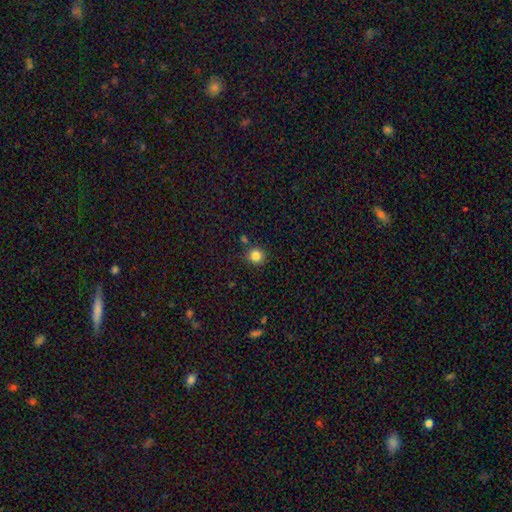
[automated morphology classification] Smooth or featured? Predicted: smooth (p=0.83). How rounded? Predicted: round (p=0.93). Merging? Predicted: none (p=0.86).